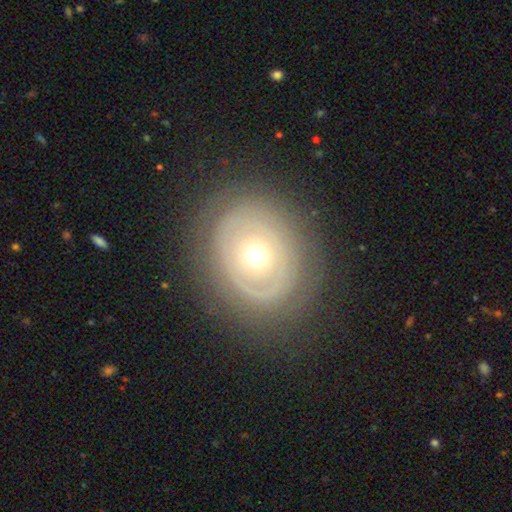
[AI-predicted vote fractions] A featured or disk galaxy (61%) with no bar (90%), no spiral arms (65%) and a moderate central bulge (65%).

Vote fractions:
- Smooth or featured? featured or disk: 61% / smooth: 31% / star or artifact: 8%
- Edge-on disk? no: 94% / yes: 6%
- Bar? no: 90% / weak: 7% / strong: 3%
- Spiral arms? no: 65% / yes: 35%
- Bulge size? moderate: 65% / small: 25% / large: 8% / dominant: 2% / none: 1%
- Merging? none: 74% / minor disturbance: 15% / major disturbance: 9% / merger: 2%